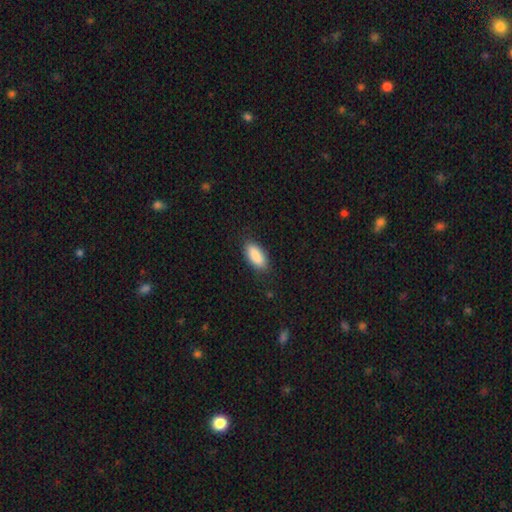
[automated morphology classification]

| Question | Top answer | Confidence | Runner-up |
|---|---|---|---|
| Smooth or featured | smooth | 89% | star or artifact (6%) |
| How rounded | in between | 88% | cigar-shaped (10%) |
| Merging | none | 85% | minor disturbance (11%) |